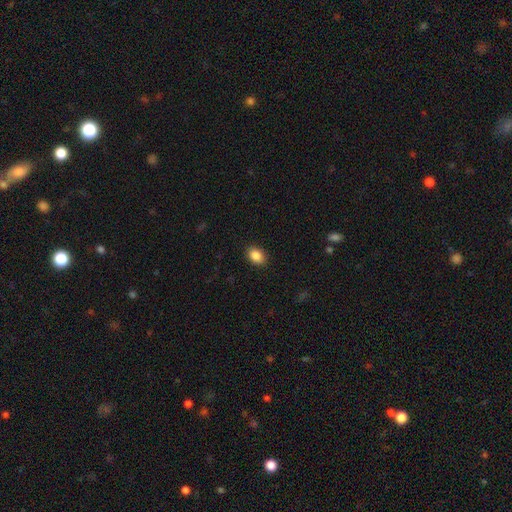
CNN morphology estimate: type=smooth (88%); roundness=in between (78%); merging=none (89%).